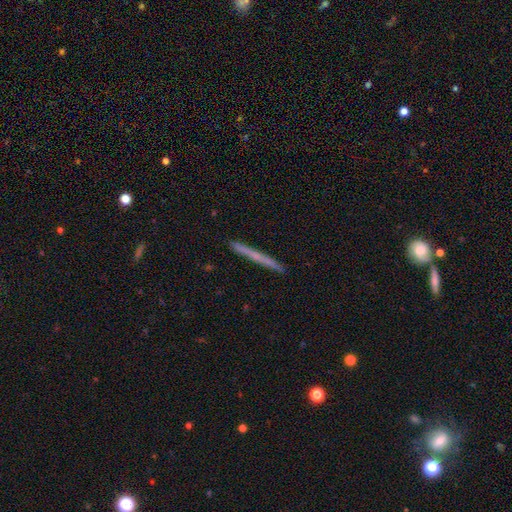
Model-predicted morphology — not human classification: Smooth or featured? smooth (48%)
Merging? none (92%)